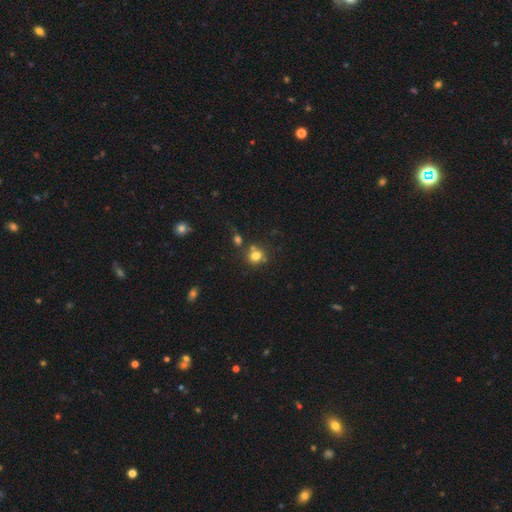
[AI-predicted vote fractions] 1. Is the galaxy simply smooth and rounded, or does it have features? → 74% smooth, 15% star or artifact, 10% featured or disk.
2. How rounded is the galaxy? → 82% round, 17% in between, 1% cigar-shaped.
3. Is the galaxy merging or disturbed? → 60% none, 25% merger, 11% minor disturbance, 4% major disturbance.